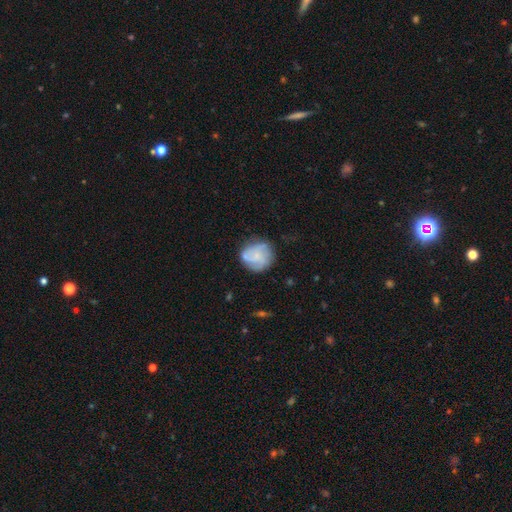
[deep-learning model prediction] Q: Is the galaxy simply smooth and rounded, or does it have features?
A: featured or disk — 50%.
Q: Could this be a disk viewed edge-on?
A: no — 98%.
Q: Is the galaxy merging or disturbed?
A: none — 69%.